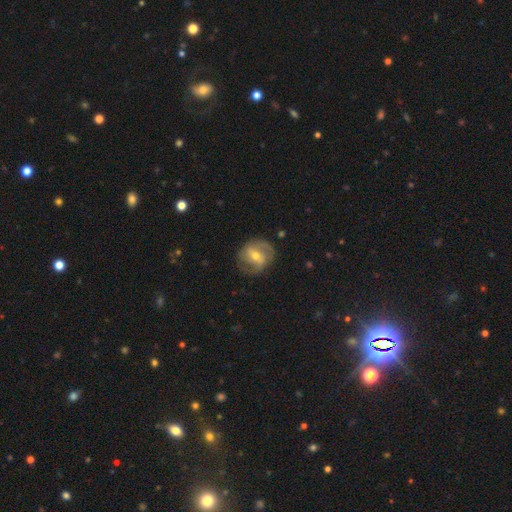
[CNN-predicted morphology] Smooth or featured? Predicted: featured or disk (p=0.69). Edge-on disk? Predicted: no (p=0.96). Bar? Predicted: weak (p=0.45). Spiral arms? Predicted: yes (p=0.82). Spiral winding? Predicted: medium (p=0.45). Spiral arm count? Predicted: 2 (p=0.71). Bulge size? Predicted: moderate (p=0.54). Merging? Predicted: none (p=0.74).